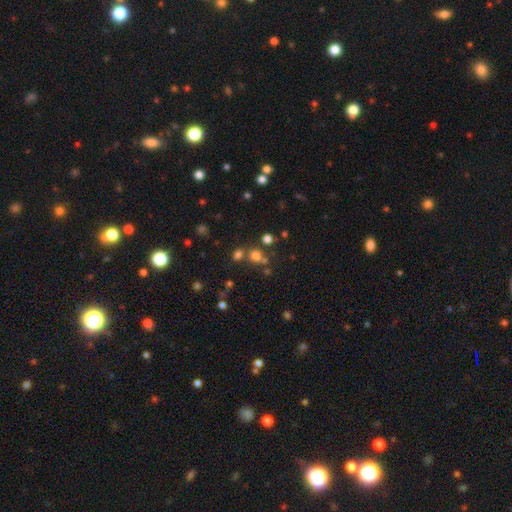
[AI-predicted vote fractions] smooth_or_featured: smooth (p=0.67) [alt: star or artifact p=0.24]
how_rounded: round (p=0.78) [alt: in between p=0.21]
merging: none (p=0.61) [alt: merger p=0.25]